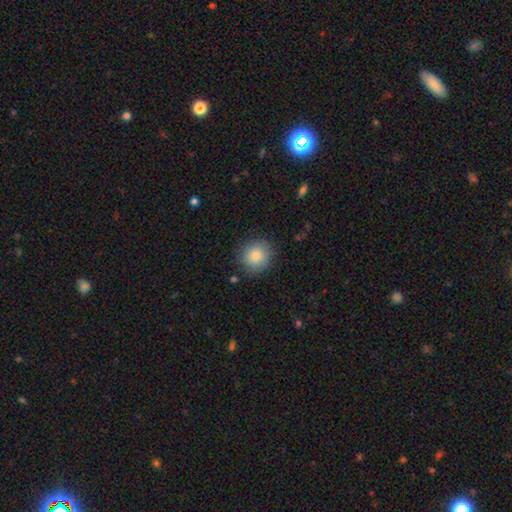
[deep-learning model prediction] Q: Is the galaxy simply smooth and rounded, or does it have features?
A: smooth — 85%.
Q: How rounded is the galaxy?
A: round — 86%.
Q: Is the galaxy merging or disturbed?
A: none — 84%.